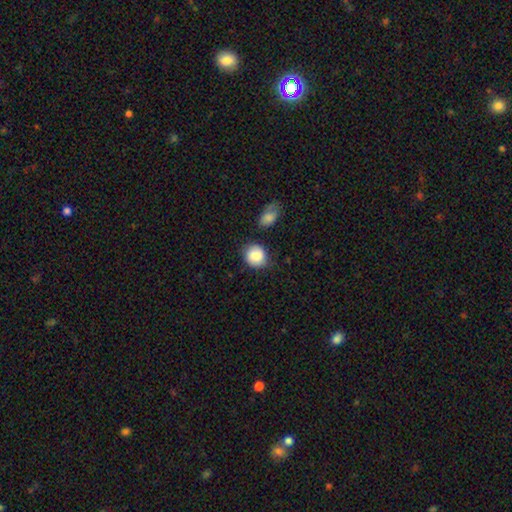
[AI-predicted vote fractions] smooth-or-featured: smooth: 87% | star or artifact: 7% | featured or disk: 6%
  how-rounded: round: 76% | in between: 23% | cigar-shaped: 1%
  merging: none: 75% | minor disturbance: 16% | merger: 6% | major disturbance: 4%